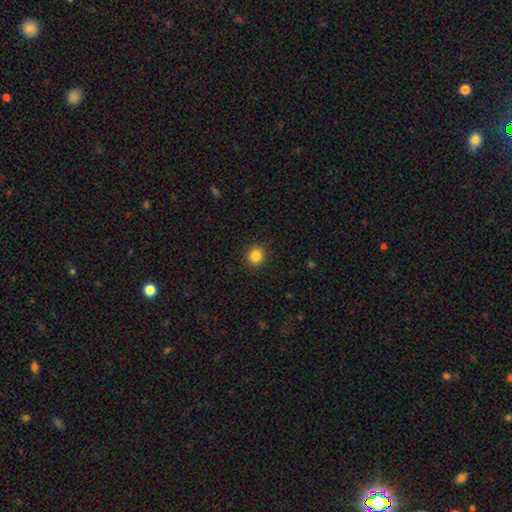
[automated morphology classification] smooth_or_featured: smooth (p=0.85) [alt: star or artifact p=0.11]
how_rounded: round (p=0.88) [alt: in between p=0.11]
merging: none (p=0.91) [alt: minor disturbance p=0.06]